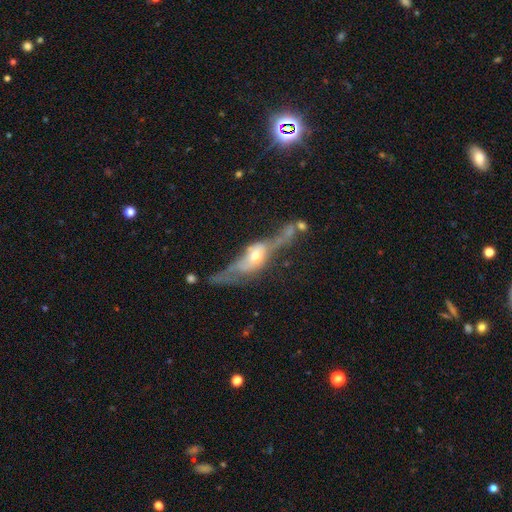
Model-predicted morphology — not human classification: Smooth or featured? Predicted: featured or disk (p=0.74). Edge-on disk? Predicted: yes (p=0.60). Merging? Predicted: none (p=0.36).